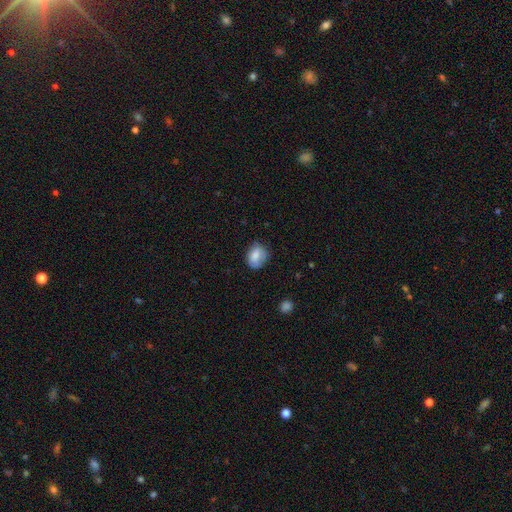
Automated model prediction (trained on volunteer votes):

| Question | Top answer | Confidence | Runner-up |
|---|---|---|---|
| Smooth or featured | smooth | 79% | featured or disk (13%) |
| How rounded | in between | 56% | round (43%) |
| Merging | none | 63% | minor disturbance (27%) |